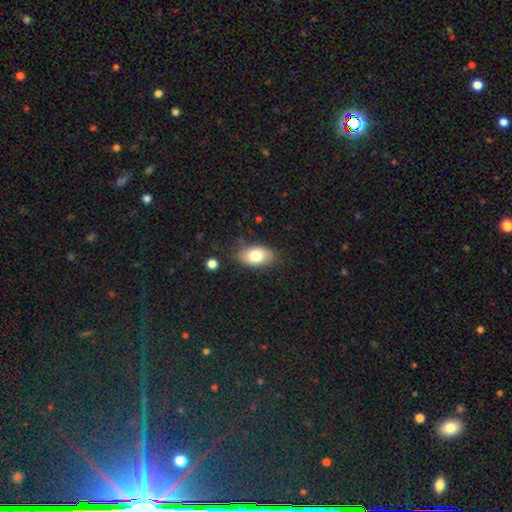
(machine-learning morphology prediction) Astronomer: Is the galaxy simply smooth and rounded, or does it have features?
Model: smooth — 79%.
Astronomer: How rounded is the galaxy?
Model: in between — 92%.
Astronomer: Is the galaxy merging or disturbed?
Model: none — 78%.